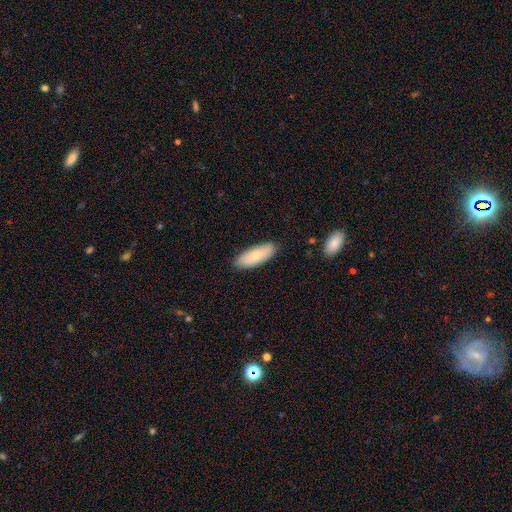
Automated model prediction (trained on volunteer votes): smooth 78%, featured or disk 17%, star or artifact 6%. Down the decision tree: how rounded — in between (74%); merging — none (86%).